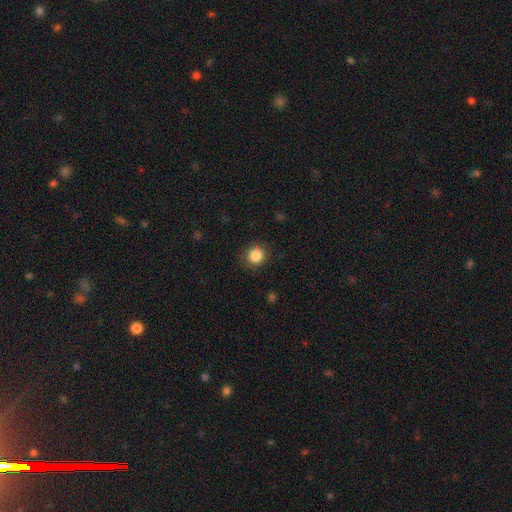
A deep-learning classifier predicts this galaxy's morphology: A smooth galaxy with no disk features (86%) that is round (87%).

Vote fractions:
- Smooth or featured? smooth: 86% / star or artifact: 10% / featured or disk: 4%
- How rounded? round: 87% / in between: 12% / cigar-shaped: 1%
- Merging? none: 86% / minor disturbance: 10% / major disturbance: 3% / merger: 1%